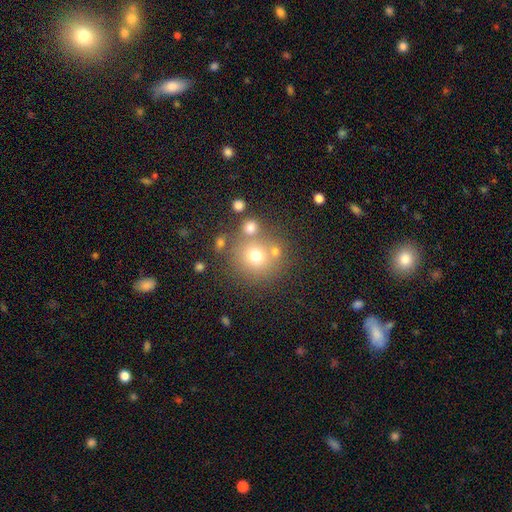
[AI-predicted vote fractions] A smooth galaxy with no disk features (68%) that is round (90%). Merging: none (68%).